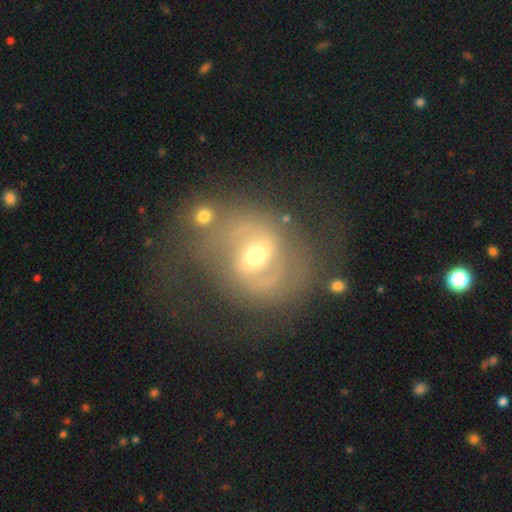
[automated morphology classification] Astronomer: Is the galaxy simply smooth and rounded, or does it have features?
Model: featured or disk — 78%.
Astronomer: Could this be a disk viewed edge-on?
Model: no — 97%.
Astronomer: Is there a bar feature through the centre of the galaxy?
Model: weak — 48% (runner-up: no, 29%).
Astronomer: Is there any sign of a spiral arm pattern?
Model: yes — 85%.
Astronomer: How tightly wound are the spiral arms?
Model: medium — 48% (runner-up: tight, 28%).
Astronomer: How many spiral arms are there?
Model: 2 — 83%.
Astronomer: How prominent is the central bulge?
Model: moderate — 67%.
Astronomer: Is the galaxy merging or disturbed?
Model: none — 59%.